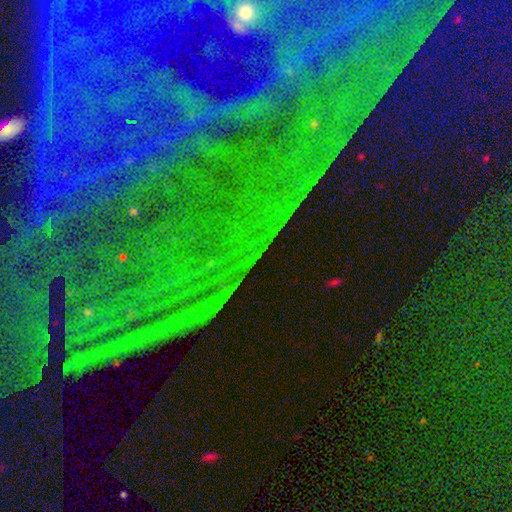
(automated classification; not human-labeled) Smooth or featured?
  - star or artifact: 81% *
  - featured or disk: 11%
  - smooth: 8%